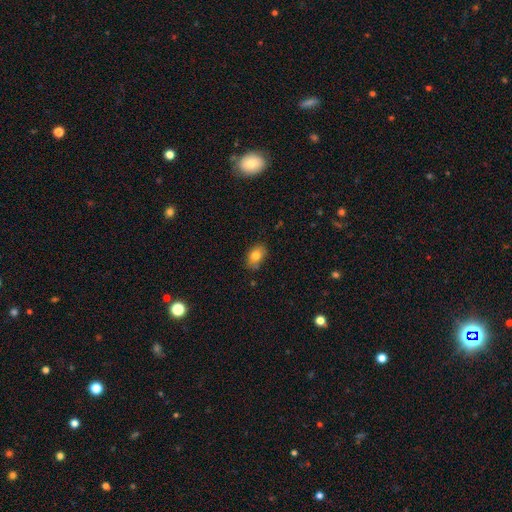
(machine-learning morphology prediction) smooth_or_featured: smooth (p=0.81) [alt: featured or disk p=0.10]
how_rounded: in between (p=0.82) [alt: round p=0.16]
merging: none (p=0.79) [alt: minor disturbance p=0.16]